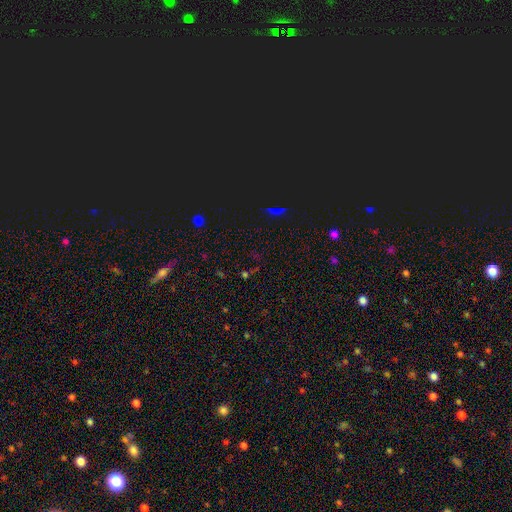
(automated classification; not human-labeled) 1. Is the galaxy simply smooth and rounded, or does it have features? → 66% star or artifact, 24% smooth, 9% featured or disk.